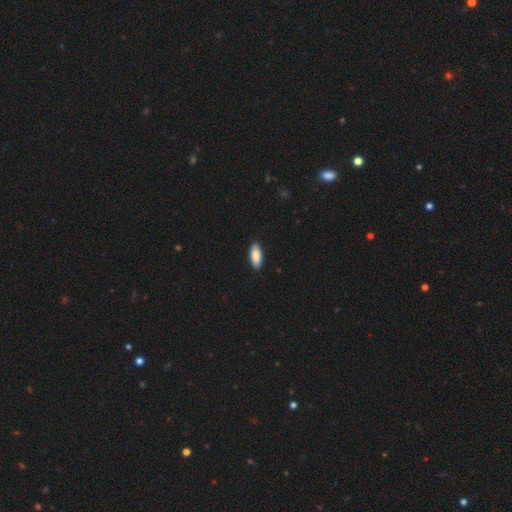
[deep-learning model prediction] A smooth galaxy with no disk features (87%) that is in between round and cigar-shaped (80%). Merging: none (90%).